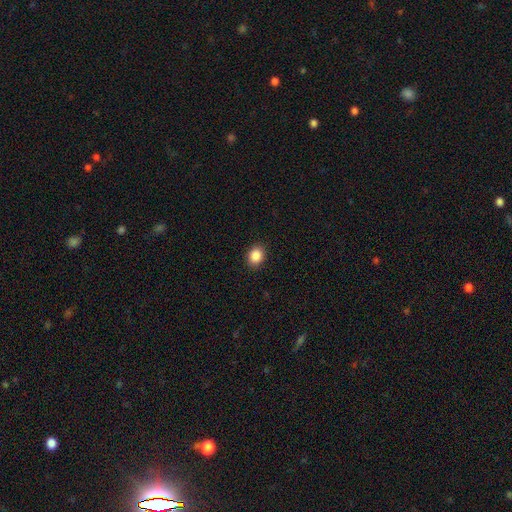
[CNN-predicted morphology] The model was most divided on "how rounded": round: 56%, in between: 43%, cigar-shaped: 1%. More confident: merging — none (90%); smooth or featured — smooth (87%).